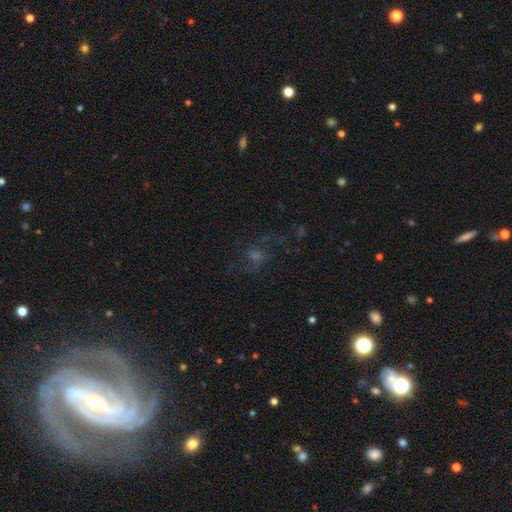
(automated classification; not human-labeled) featured or disk 50%, star or artifact 30%, smooth 20%. Down the decision tree: edge-on disk — no (95%); merging — none (63%).